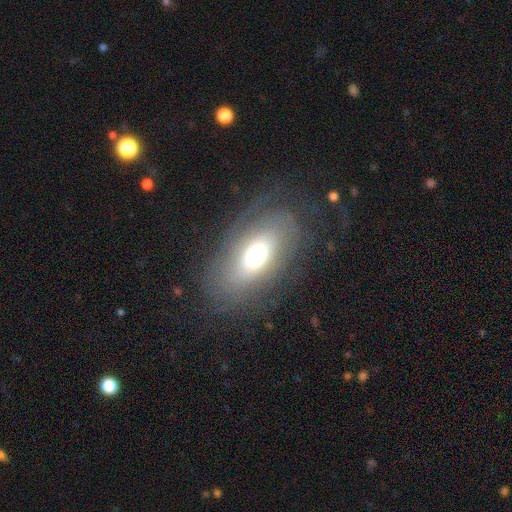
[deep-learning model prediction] A featured or disk galaxy (54%).

Vote fractions:
- Smooth or featured? featured or disk: 54% / smooth: 37% / star or artifact: 8%
- Edge-on disk? no: 89% / yes: 11%
- Merging? none: 70% / minor disturbance: 17% / major disturbance: 12% / merger: 1%